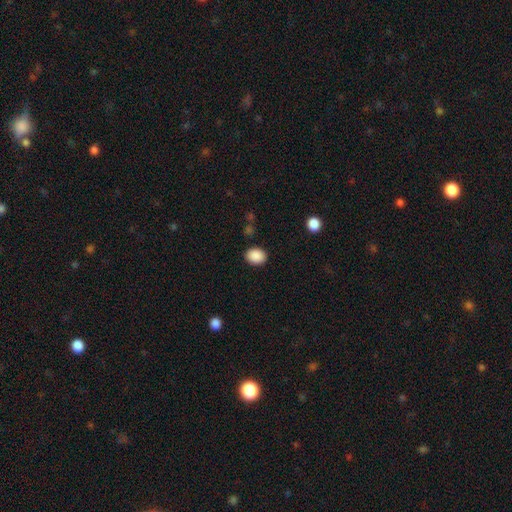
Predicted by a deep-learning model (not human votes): Smooth or featured: smooth — 89% (star or artifact — 8%)
How rounded: in between — 61% (round — 38%)
Merging: none — 88% (minor disturbance — 8%)